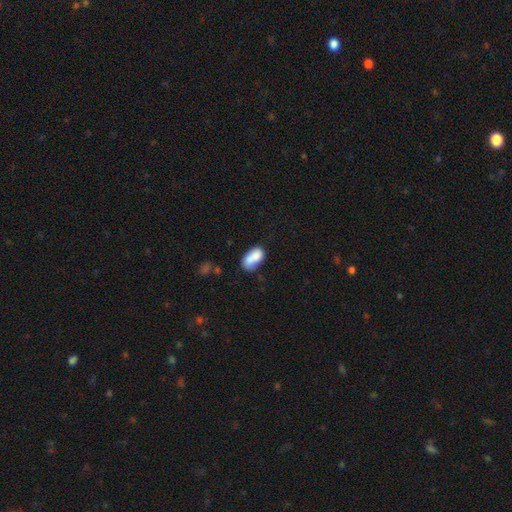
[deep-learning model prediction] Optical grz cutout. It shows a smooth galaxy with no disk features (76%) that is in between round and cigar-shaped (89%). Merging: merger (44%).